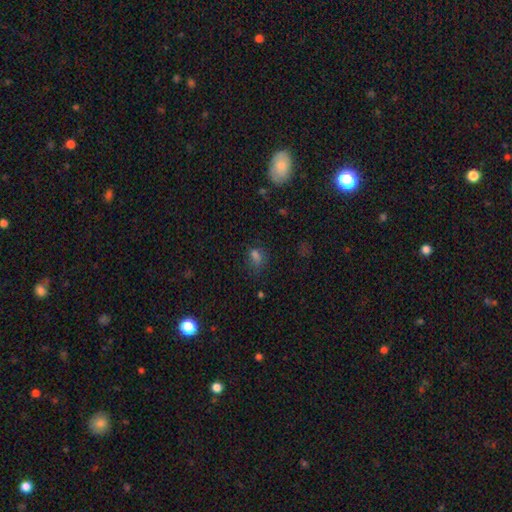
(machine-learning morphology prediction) A smooth galaxy with no disk features (63%) that is in between round and cigar-shaped (58%).

Vote fractions:
- Smooth or featured? smooth: 63% / star or artifact: 29% / featured or disk: 8%
- How rounded? in between: 58% / round: 39% / cigar-shaped: 3%
- Merging? none: 66% / minor disturbance: 19% / major disturbance: 9% / merger: 6%